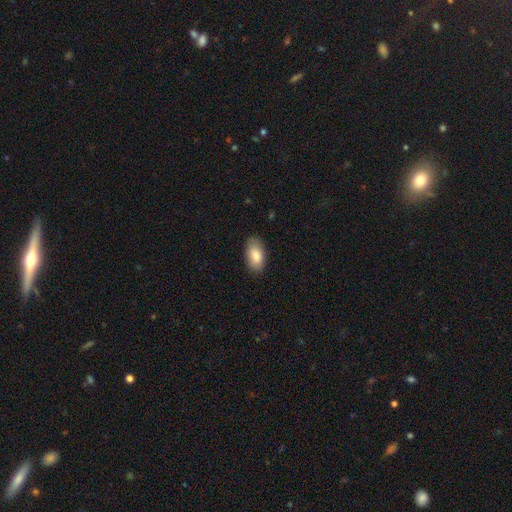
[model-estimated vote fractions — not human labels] Smooth or featured? smooth (86%)
How rounded? in between (94%)
Merging? none (85%)